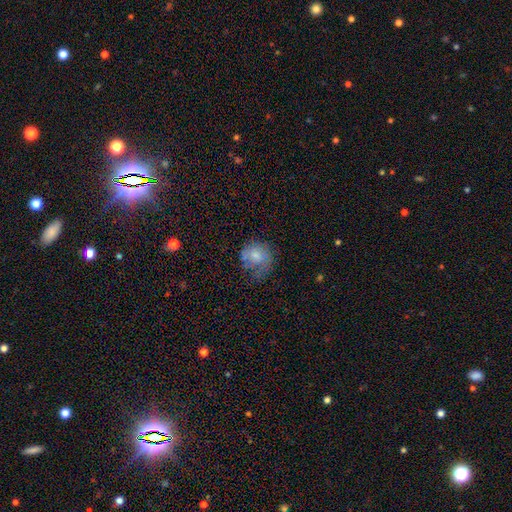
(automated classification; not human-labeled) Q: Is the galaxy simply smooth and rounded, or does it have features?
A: smooth — 65%.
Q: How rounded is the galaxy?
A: round — 76%.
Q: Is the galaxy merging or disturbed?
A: none — 40%.